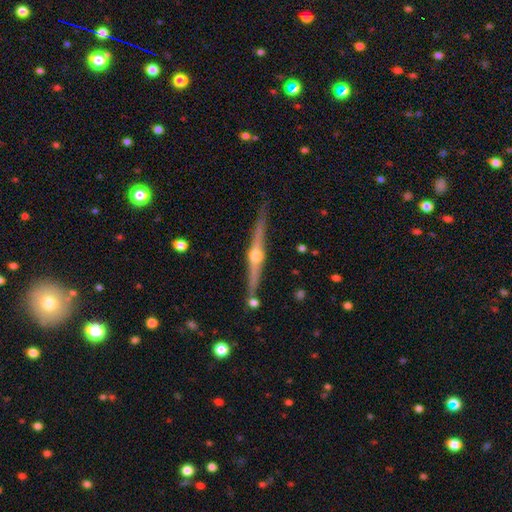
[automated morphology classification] Q: Smooth or featured?
A: featured or disk (85%); runner-up: smooth (9%)
Q: Edge-on disk?
A: yes (98%); runner-up: no (2%)
Q: Edge-on bulge?
A: rounded (96%); runner-up: boxy (2%)
Q: Merging?
A: none (83%); runner-up: minor disturbance (10%)